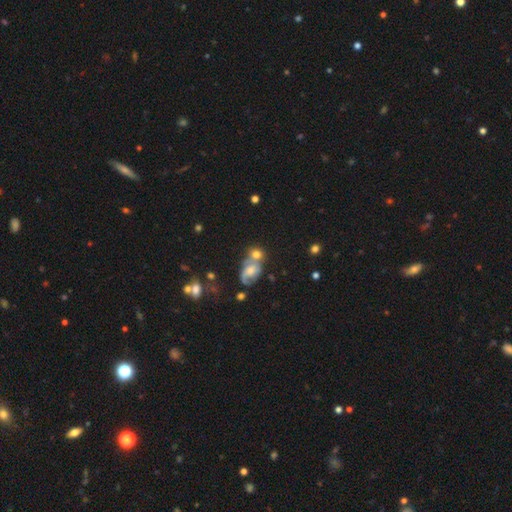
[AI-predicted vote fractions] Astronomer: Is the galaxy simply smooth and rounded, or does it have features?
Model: featured or disk — 43% (runner-up: smooth, 37%).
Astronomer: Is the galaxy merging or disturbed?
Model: merger — 44% (runner-up: none, 38%).